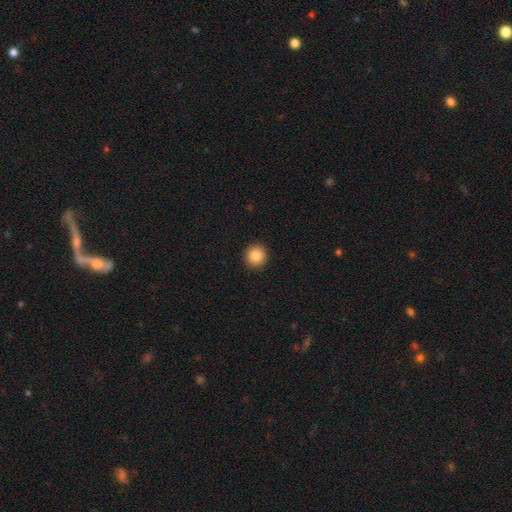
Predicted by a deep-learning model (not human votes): The model was most divided on "smooth or featured": smooth: 85%, star or artifact: 10%, featured or disk: 6%. More confident: merging — none (93%); how rounded — round (93%).